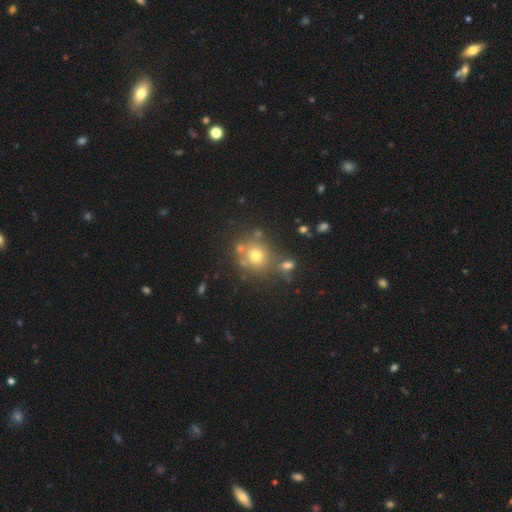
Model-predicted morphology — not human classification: A smooth galaxy with no disk features (67%) that is round (84%). Merging: none (65%).